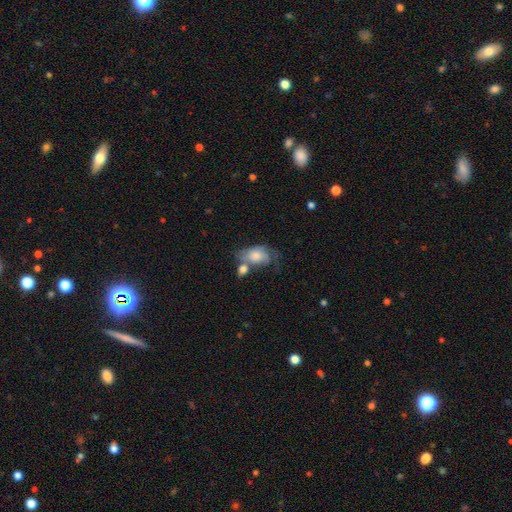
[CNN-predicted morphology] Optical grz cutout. It shows a smooth galaxy with no disk features (59%) that is in between round and cigar-shaped (85%). Merging: none (28%, tied with merger).